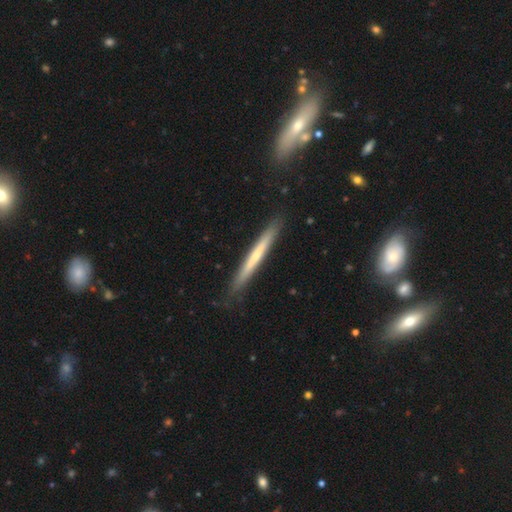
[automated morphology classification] Smooth or featured? Predicted: smooth (p=0.50). Merging? Predicted: none (p=0.87).